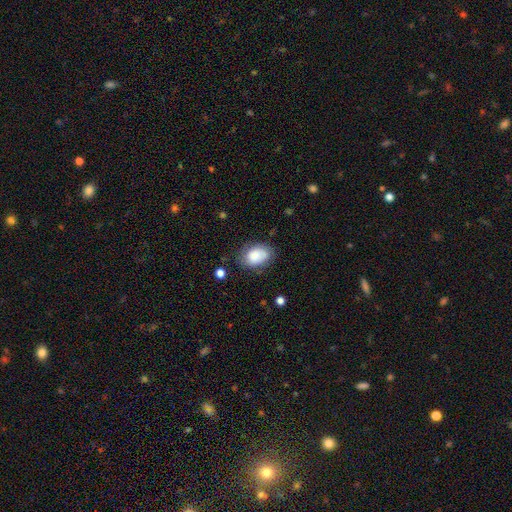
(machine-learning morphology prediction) The model was most divided on "merging": none: 68%, minor disturbance: 23%, major disturbance: 7%, merger: 2%. More confident: how rounded — in between (82%); smooth or featured — smooth (79%).